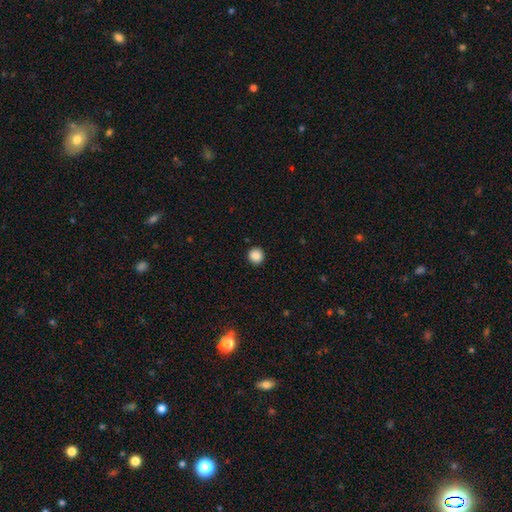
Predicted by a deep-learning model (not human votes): Smooth or featured? smooth (88%)
How rounded? round (94%)
Merging? none (93%)